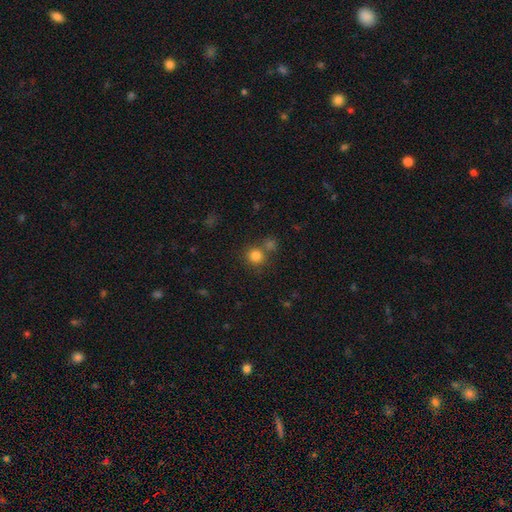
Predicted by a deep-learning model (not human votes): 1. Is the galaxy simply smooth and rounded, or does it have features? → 82% smooth, 13% star or artifact, 6% featured or disk.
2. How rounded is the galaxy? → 91% round, 8% in between, 1% cigar-shaped.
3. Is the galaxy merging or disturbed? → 67% none, 21% merger, 8% minor disturbance, 4% major disturbance.